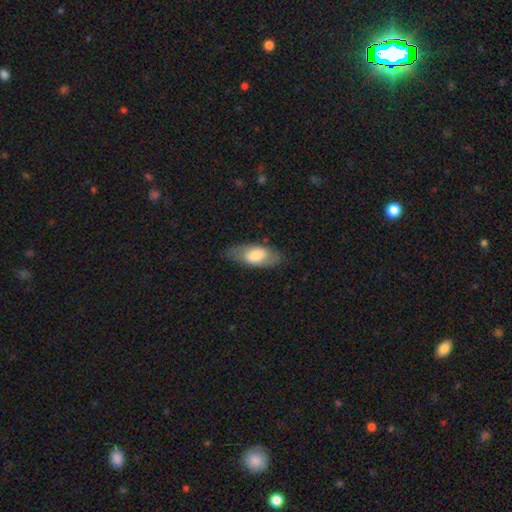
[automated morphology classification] Smooth or featured? Predicted: smooth (p=0.62). How rounded? Predicted: in between (p=0.85). Merging? Predicted: none (p=0.77).